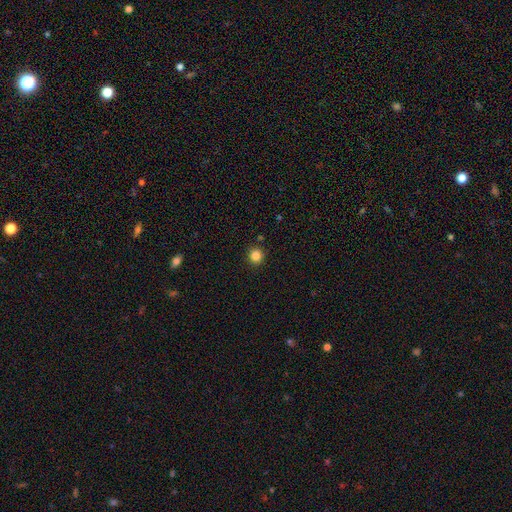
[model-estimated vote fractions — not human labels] smooth-or-featured: smooth: 84% | star or artifact: 12% | featured or disk: 4%
  how-rounded: round: 94% | in between: 5% | cigar-shaped: 1%
  merging: none: 91% | minor disturbance: 6% | merger: 2% | major disturbance: 2%